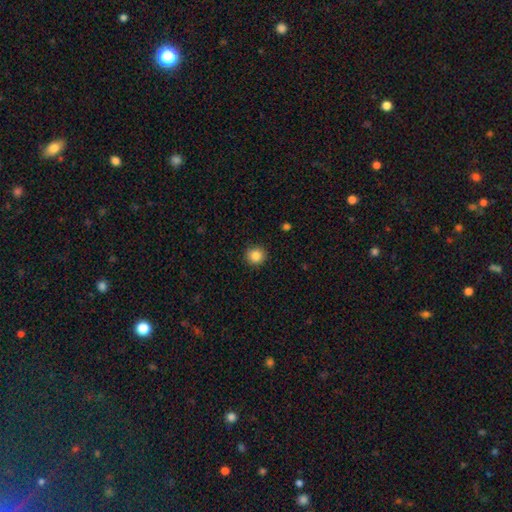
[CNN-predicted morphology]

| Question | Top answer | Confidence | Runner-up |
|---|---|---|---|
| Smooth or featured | smooth | 85% | star or artifact (10%) |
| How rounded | round | 93% | in between (6%) |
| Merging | none | 92% | minor disturbance (6%) |